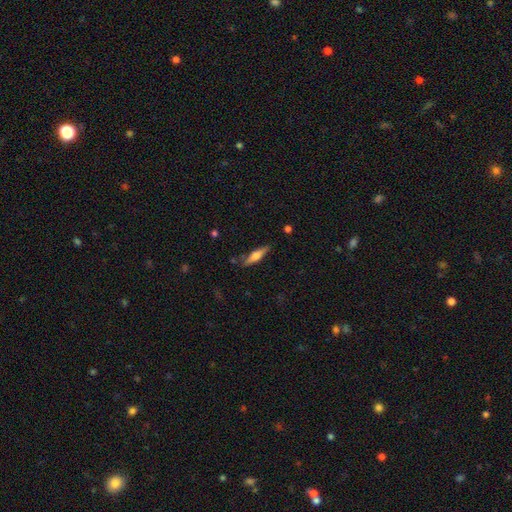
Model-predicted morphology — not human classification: Smooth or featured? smooth (54%)
How rounded? cigar-shaped (74%)
Merging? none (82%)